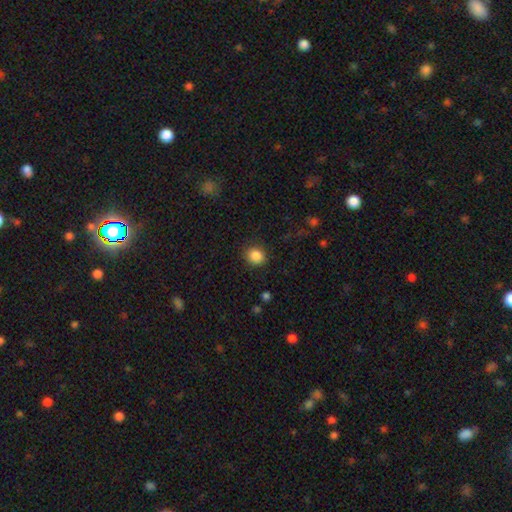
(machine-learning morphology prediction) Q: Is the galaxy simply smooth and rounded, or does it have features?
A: smooth — 87%.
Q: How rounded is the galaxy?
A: round — 79%.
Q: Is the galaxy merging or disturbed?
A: none — 88%.